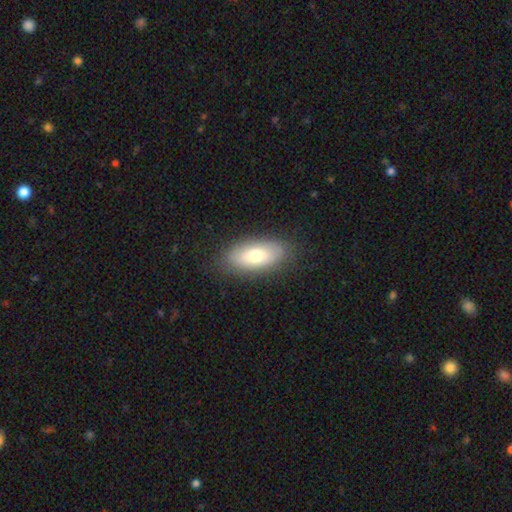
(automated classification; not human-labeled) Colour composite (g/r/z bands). It shows a smooth galaxy with no disk features (72%) that is in between round and cigar-shaped (87%). Merging: none (85%).